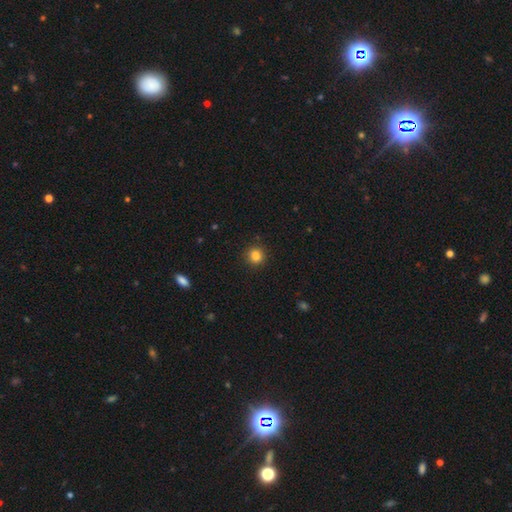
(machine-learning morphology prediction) Overall: smooth (84%). How rounded: round (92%). Merging: none (91%).